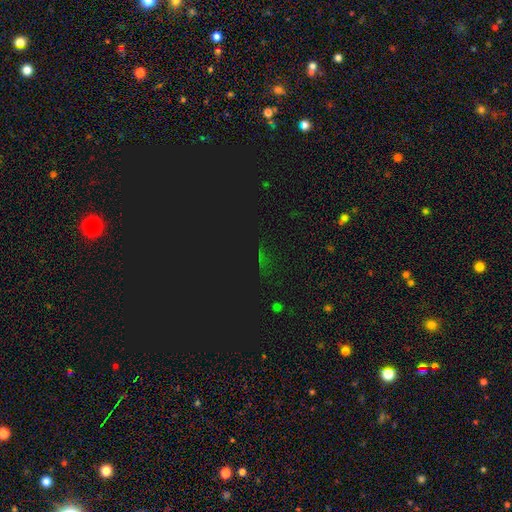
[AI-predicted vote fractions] This is likely a star or artifact rather than a galaxy (77%).